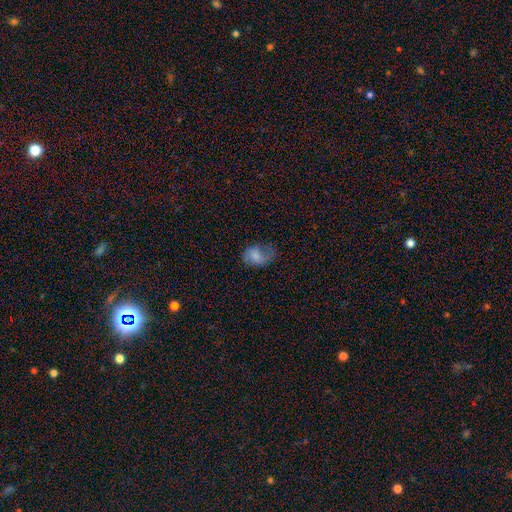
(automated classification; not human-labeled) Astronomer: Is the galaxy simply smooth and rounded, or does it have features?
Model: smooth — 59%.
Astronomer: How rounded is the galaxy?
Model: in between — 79%.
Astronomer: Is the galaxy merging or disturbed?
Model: none — 48% (runner-up: minor disturbance, 30%).